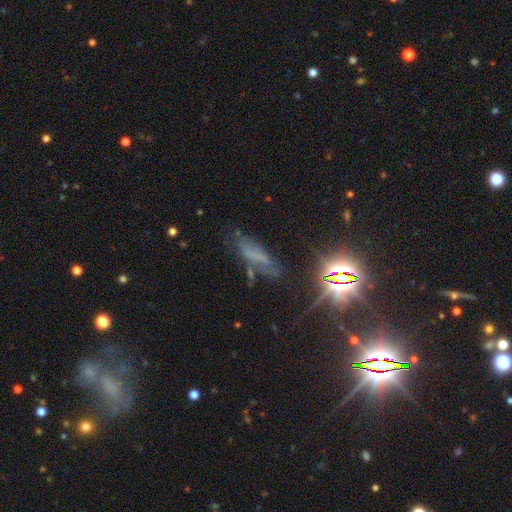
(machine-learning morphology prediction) Q: Smooth or featured?
A: star or artifact (35%); runner-up: smooth (33%)